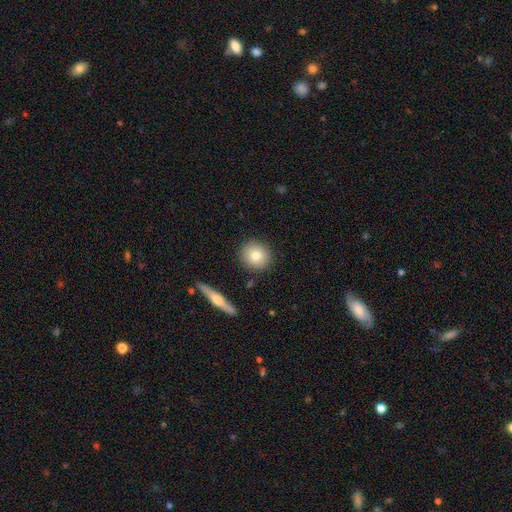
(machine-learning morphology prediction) The model was most divided on "smooth or featured": smooth: 78%, featured or disk: 14%, star or artifact: 8%. More confident: merging — none (89%); how rounded — round (87%).